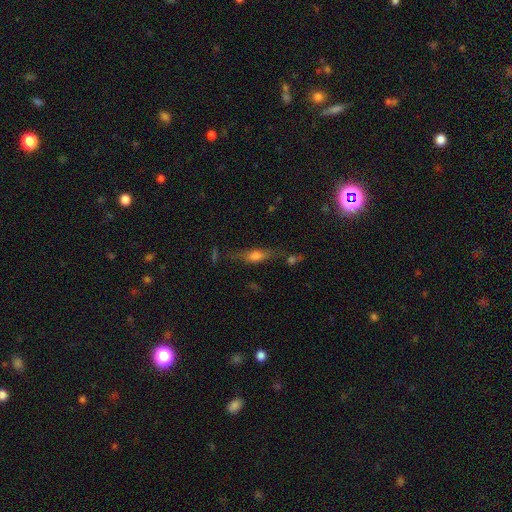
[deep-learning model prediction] Morphology: type=smooth (53%); roundness=cigar-shaped (49%); merging=none (63%).